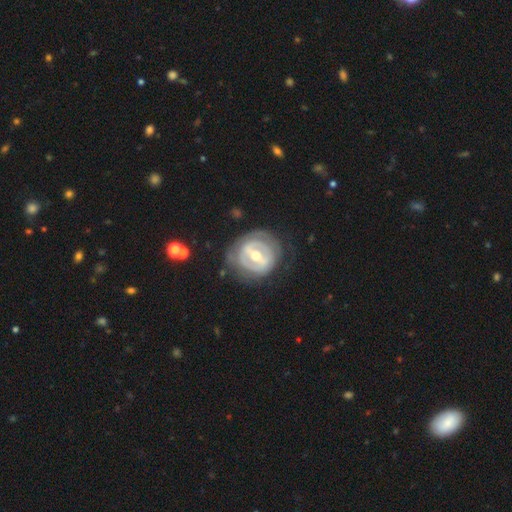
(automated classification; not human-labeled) Smooth or featured?
  - featured or disk: 77% *
  - smooth: 18%
  - star or artifact: 5%
Edge-on disk?
  - no: 96% *
  - yes: 4%
Bar?
  - strong: 53% *
  - weak: 34%
  - no: 13%
Spiral arms?
  - yes: 52% *
  - no: 48%
Bulge size?
  - moderate: 72% *
  - small: 21%
  - large: 5%
  - none: 1%
  - dominant: 1%
Merging?
  - none: 72% *
  - minor disturbance: 18%
  - major disturbance: 9%
  - merger: 2%